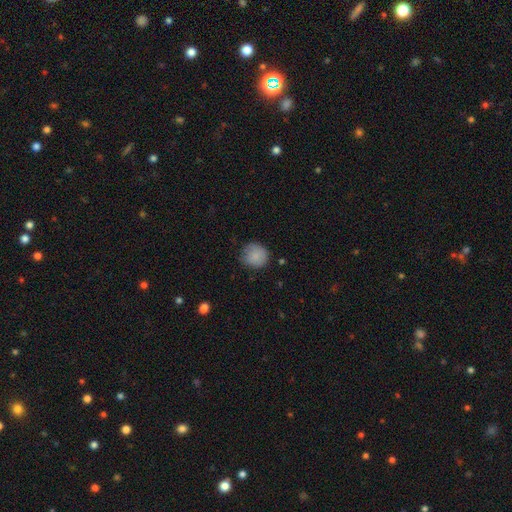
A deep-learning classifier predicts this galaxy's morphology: type=smooth (84%); roundness=round (86%); merging=none (71%).